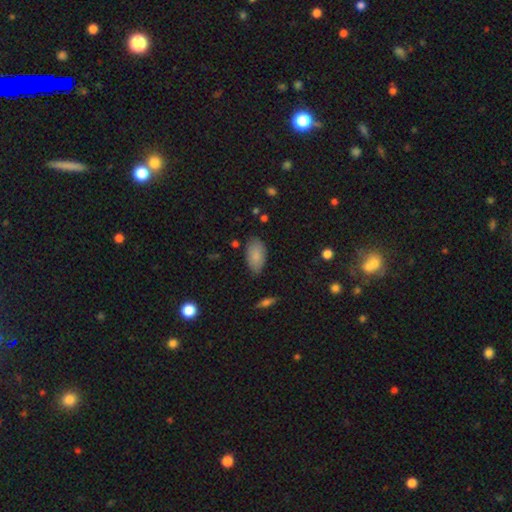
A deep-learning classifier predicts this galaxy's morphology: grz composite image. It shows a smooth galaxy with no disk features (86%) that is in between round and cigar-shaped (94%). Merging: none (81%).